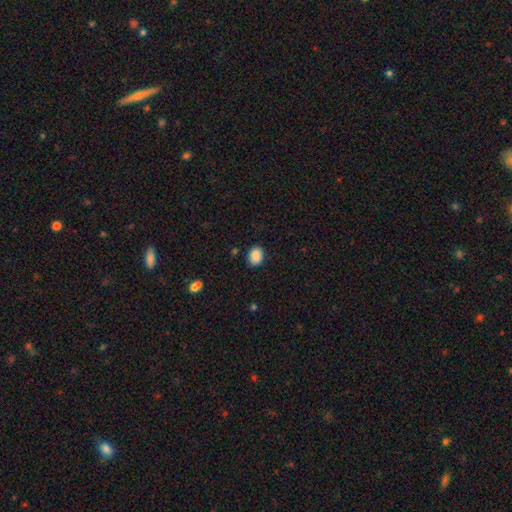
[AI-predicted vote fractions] The model was most divided on "how rounded": in between: 58%, round: 41%, cigar-shaped: 1%. More confident: smooth or featured — smooth (88%); merging — none (84%).